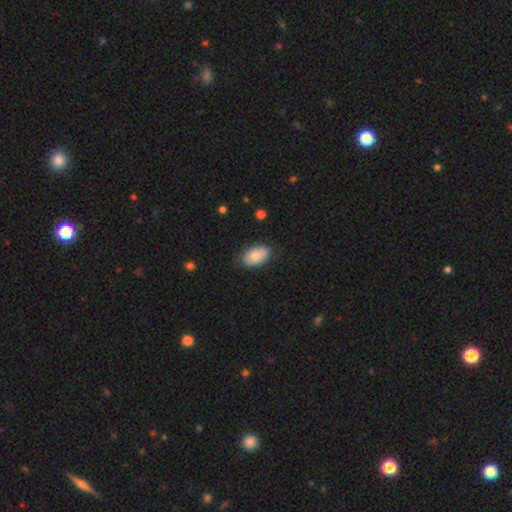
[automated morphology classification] This appears to be a smooth galaxy with no disk features (79%) that is in between round and cigar-shaped (93%). Merging: none (80%).